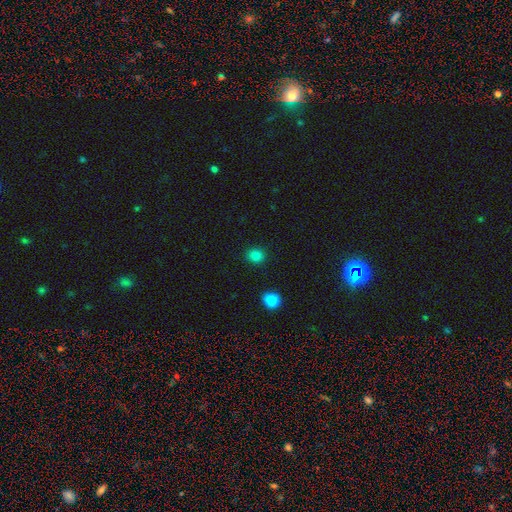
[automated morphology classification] Smooth or featured? smooth (84%)
How rounded? round (81%)
Merging? none (91%)